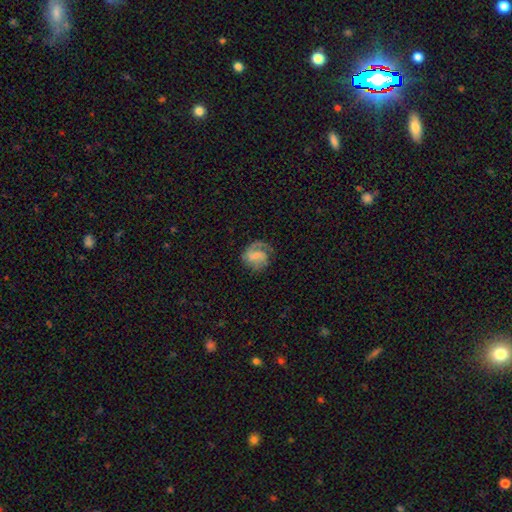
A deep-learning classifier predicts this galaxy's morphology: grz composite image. It shows a featured or disk galaxy (70%) with a weak bar (47%), 2 (54%) medium (47%) spiral arms (92%) and a small central bulge (55%). Merging: none (63%).